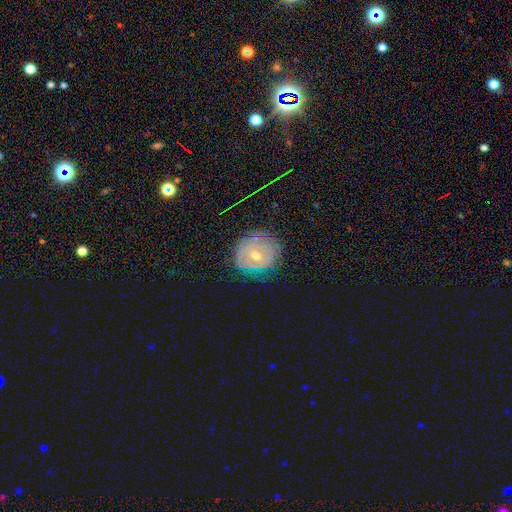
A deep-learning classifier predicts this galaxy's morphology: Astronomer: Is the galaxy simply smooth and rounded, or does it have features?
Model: featured or disk — 60%.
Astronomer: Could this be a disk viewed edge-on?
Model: no — 95%.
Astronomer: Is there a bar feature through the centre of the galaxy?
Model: no — 61%.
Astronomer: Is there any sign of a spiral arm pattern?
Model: yes — 55% (runner-up: no, 45%).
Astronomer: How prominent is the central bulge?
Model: moderate — 57% (runner-up: small, 40%).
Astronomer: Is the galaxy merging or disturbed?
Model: none — 76%.